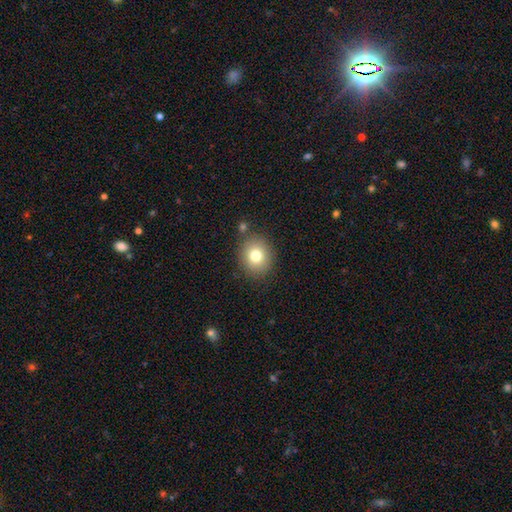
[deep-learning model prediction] smooth_or_featured: smooth (p=0.78) [alt: star or artifact p=0.11]
how_rounded: round (p=0.74) [alt: in between p=0.26]
merging: none (p=0.82) [alt: minor disturbance p=0.10]